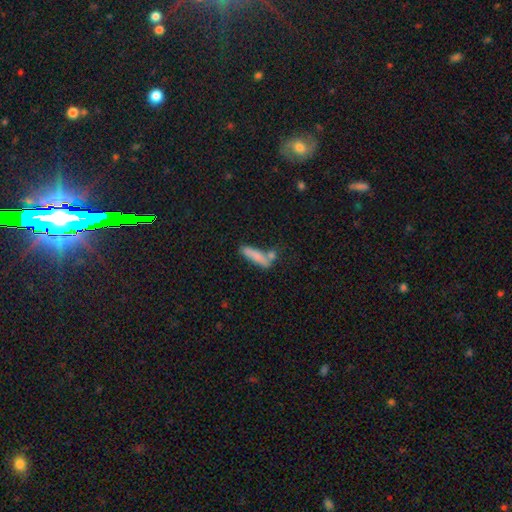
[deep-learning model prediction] Morphology: type=smooth (79%); roundness=cigar-shaped (77%); merging=none (54%).